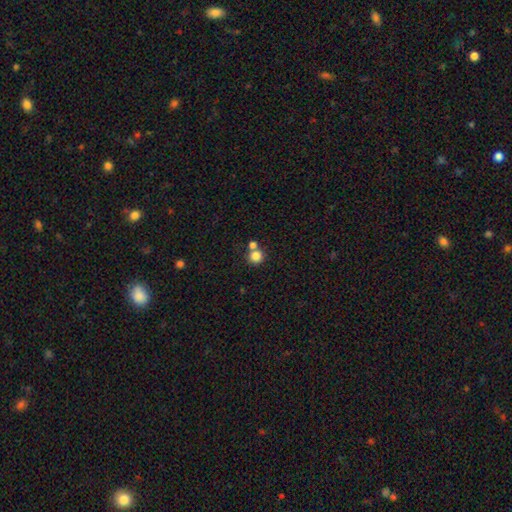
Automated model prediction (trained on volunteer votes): Overall: smooth (82%). How rounded: round (91%). Merging: none (61%; merger 29%).